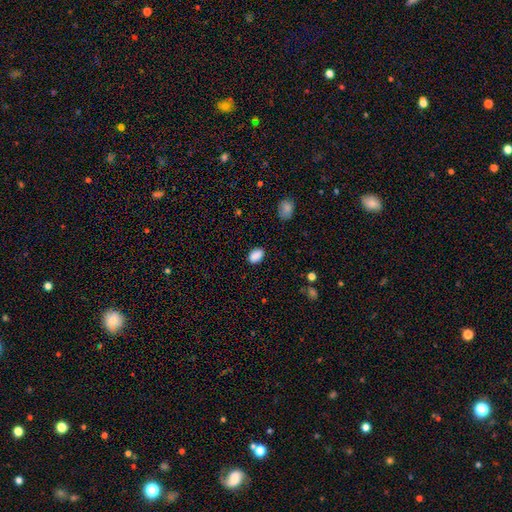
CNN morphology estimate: smooth_or_featured: smooth (p=0.88) [alt: star or artifact p=0.09]
how_rounded: in between (p=0.88) [alt: round p=0.11]
merging: none (p=0.85) [alt: minor disturbance p=0.11]